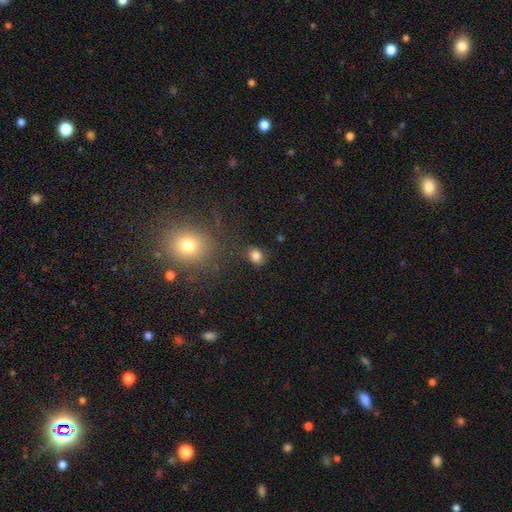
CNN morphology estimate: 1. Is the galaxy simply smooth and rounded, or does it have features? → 80% smooth, 14% star or artifact, 6% featured or disk.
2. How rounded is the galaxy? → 53% round, 46% in between, 1% cigar-shaped.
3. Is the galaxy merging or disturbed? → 75% none, 15% minor disturbance, 5% merger, 5% major disturbance.